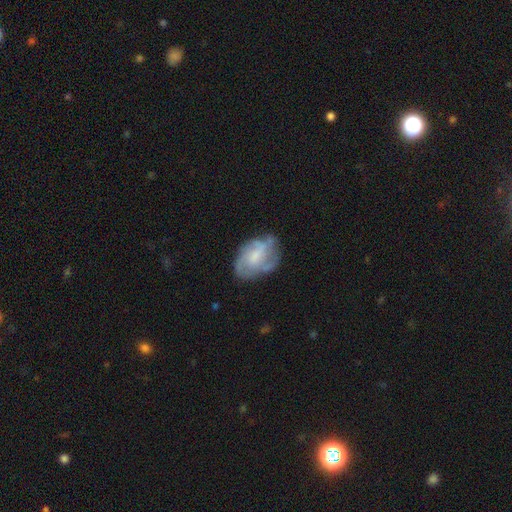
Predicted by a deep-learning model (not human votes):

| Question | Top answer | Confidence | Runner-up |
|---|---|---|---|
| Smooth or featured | featured or disk | 67% | smooth (26%) |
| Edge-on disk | no | 97% | yes (3%) |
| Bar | no | 53% | weak (40%) |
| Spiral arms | yes | 81% | no (19%) |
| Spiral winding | medium | 44% | tight (34%) |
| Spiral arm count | can't tell | 34% | 3 (29%) |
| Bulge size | small | 37% | moderate (36%) |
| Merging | none | 58% | minor disturbance (26%) |